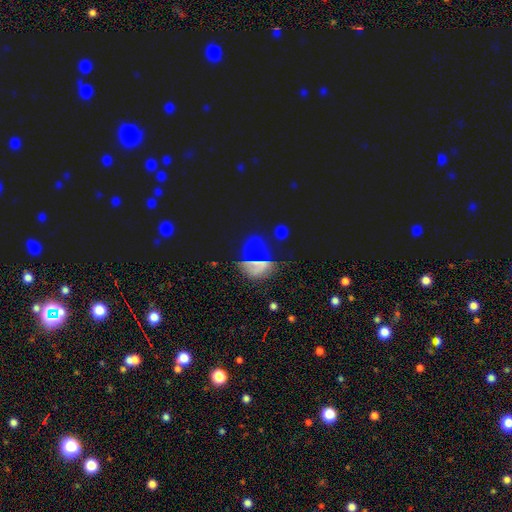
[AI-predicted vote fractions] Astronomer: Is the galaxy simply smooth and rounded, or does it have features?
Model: star or artifact — 53% (runner-up: smooth, 33%).